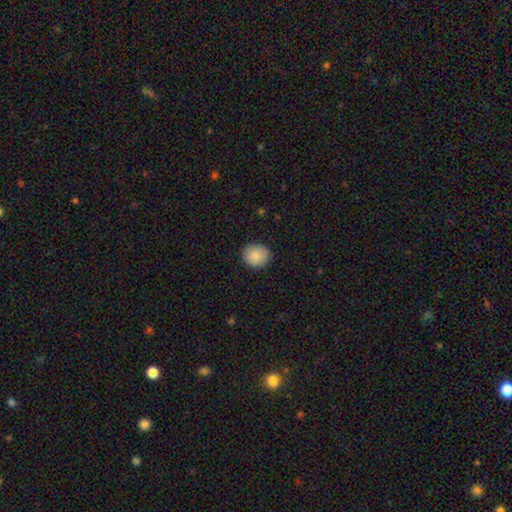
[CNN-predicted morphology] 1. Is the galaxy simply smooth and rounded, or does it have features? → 87% smooth, 8% star or artifact, 5% featured or disk.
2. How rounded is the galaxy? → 68% round, 32% in between, 1% cigar-shaped.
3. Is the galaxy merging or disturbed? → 87% none, 10% minor disturbance, 2% major disturbance, 1% merger.